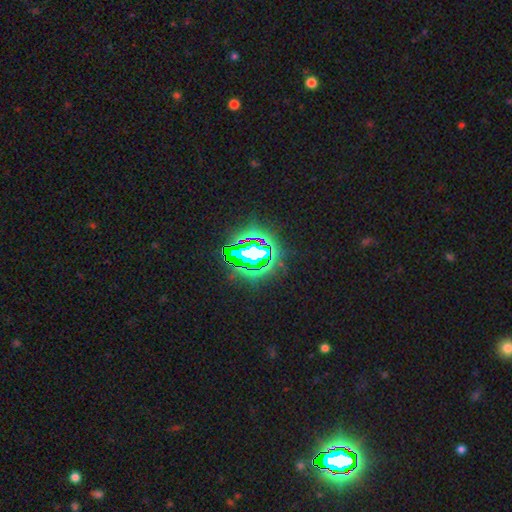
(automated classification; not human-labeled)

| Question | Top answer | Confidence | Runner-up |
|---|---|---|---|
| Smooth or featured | star or artifact | 75% | smooth (14%) |